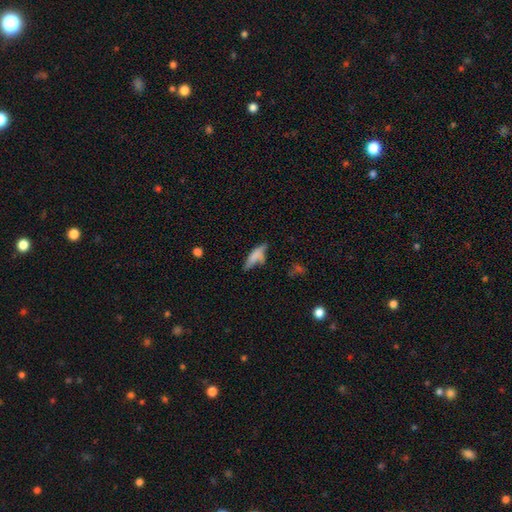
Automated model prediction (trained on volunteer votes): Q: Smooth or featured?
A: smooth (66%); runner-up: featured or disk (24%)
Q: How rounded?
A: cigar-shaped (64%); runner-up: in between (33%)
Q: Merging?
A: none (44%); runner-up: minor disturbance (24%)